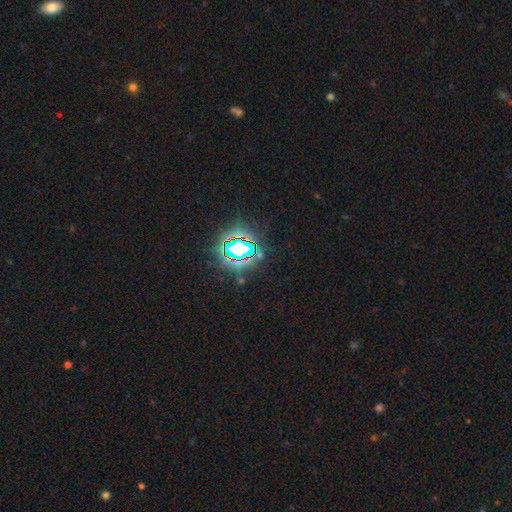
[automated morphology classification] Smooth or featured: star or artifact — 78% (smooth — 13%)